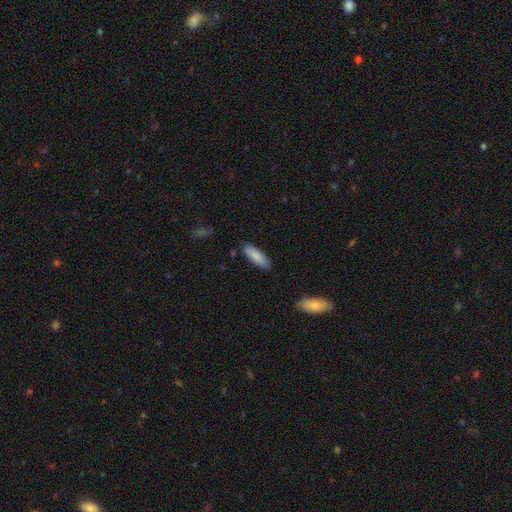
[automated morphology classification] A smooth galaxy with no disk features (85%) that is in between round and cigar-shaped (50%). Merging: none (84%).